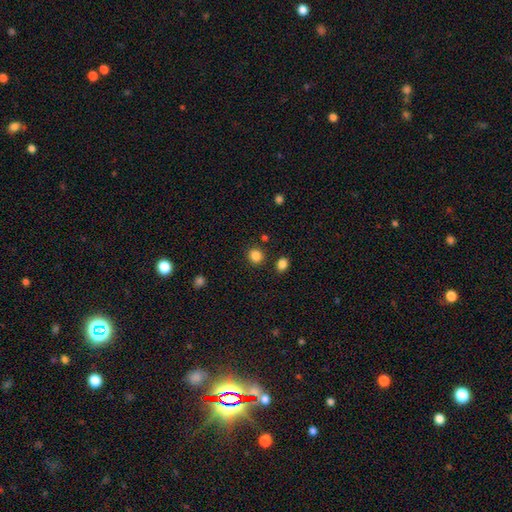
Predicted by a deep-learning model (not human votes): A smooth galaxy with no disk features (85%) that is round (85%). Merging: none (87%).